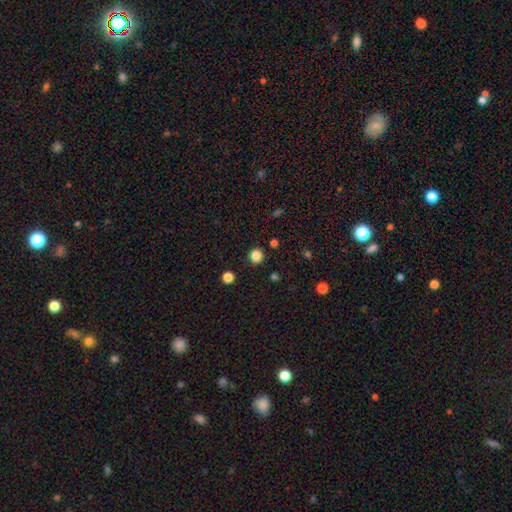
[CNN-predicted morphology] smooth 84%, star or artifact 12%, featured or disk 4%. Down the decision tree: how rounded — round (91%); merging — none (89%).